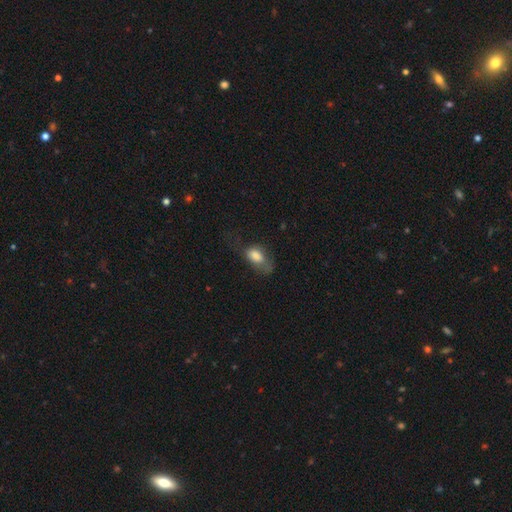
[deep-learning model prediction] smooth-or-featured: smooth: 75% | featured or disk: 16% | star or artifact: 9%
  how-rounded: in between: 86% | round: 10% | cigar-shaped: 4%
  merging: major disturbance: 40% | none: 30% | minor disturbance: 27% | merger: 3%